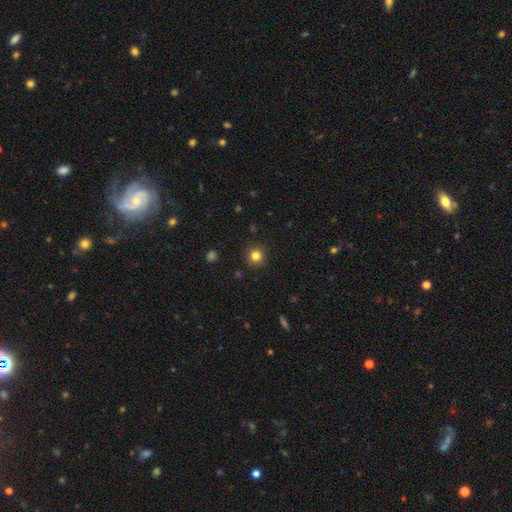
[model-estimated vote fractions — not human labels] smooth-or-featured: smooth: 82% | star or artifact: 13% | featured or disk: 5%
  how-rounded: round: 93% | in between: 6% | cigar-shaped: 1%
  merging: none: 90% | minor disturbance: 7% | major disturbance: 2% | merger: 1%